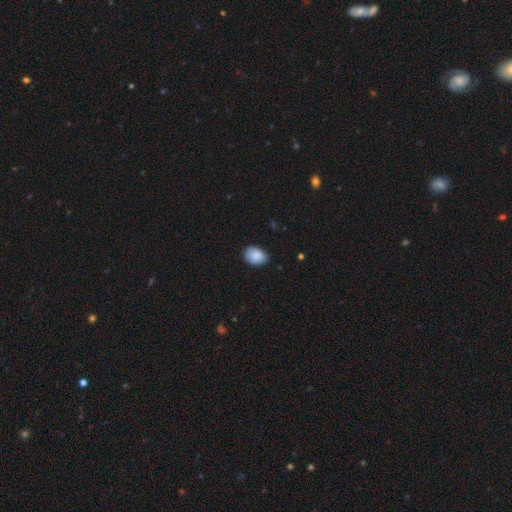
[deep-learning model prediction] A smooth galaxy with no disk features (87%) that is in between round and cigar-shaped (74%). Merging: none (79%).